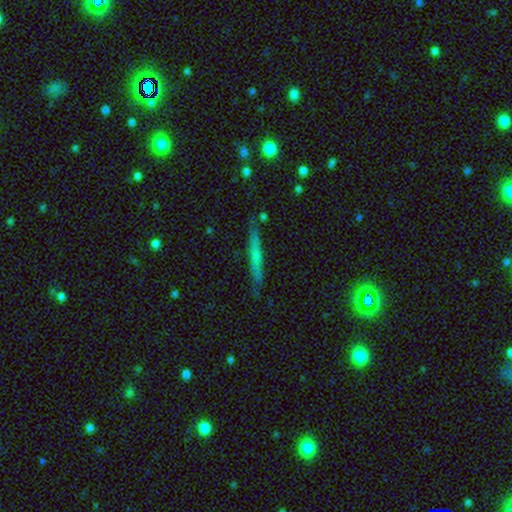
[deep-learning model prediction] The model was most divided on "smooth or featured": smooth: 50%, featured or disk: 42%, star or artifact: 8%. More confident: merging — none (86%).